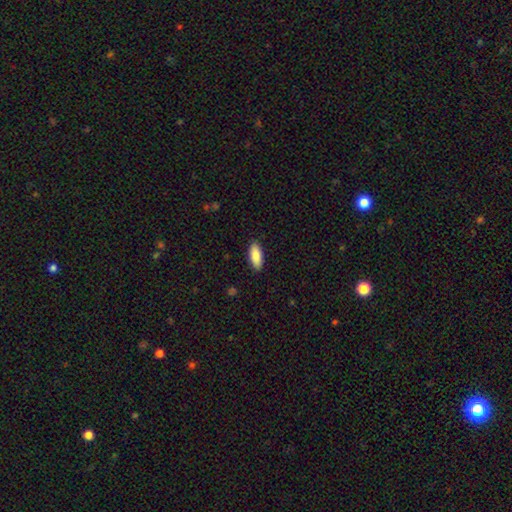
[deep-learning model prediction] smooth_or_featured: smooth (p=0.87) [alt: featured or disk p=0.07]
how_rounded: in between (p=0.80) [alt: cigar-shaped p=0.18]
merging: none (p=0.89) [alt: minor disturbance p=0.09]